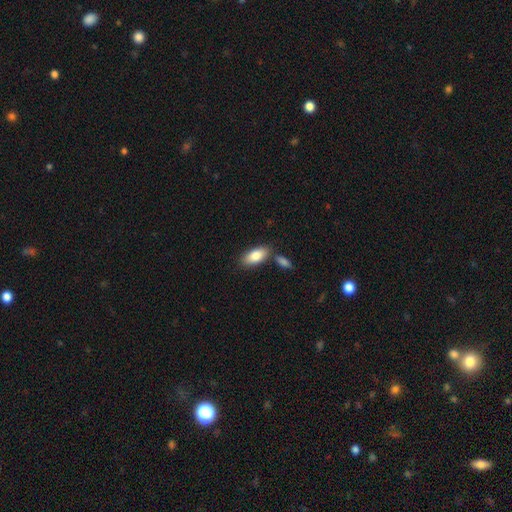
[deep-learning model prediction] Smooth or featured? smooth (83%)
How rounded? in between (88%)
Merging? none (70%)